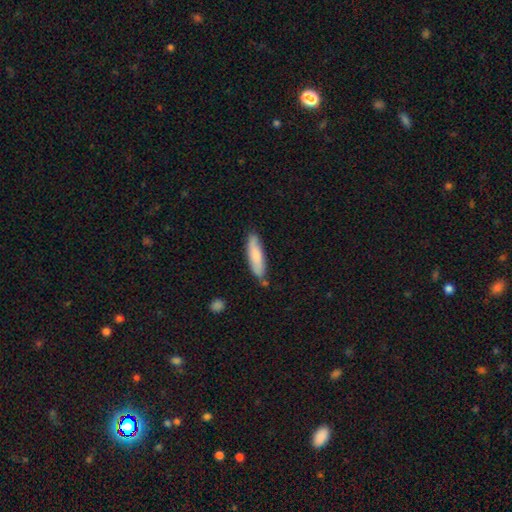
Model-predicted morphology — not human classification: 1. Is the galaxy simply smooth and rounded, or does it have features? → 77% smooth, 17% featured or disk, 5% star or artifact.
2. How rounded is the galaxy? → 68% cigar-shaped, 31% in between, 1% round.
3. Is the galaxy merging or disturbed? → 76% none, 17% minor disturbance, 5% merger, 3% major disturbance.